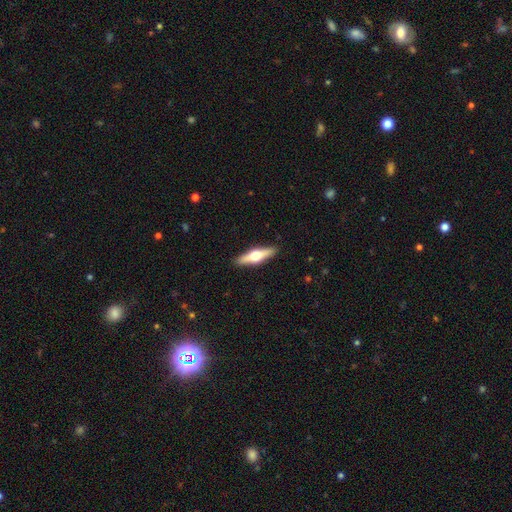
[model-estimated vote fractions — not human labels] Smooth or featured?
  - featured or disk: 58% *
  - smooth: 37%
  - star or artifact: 5%
Edge-on disk?
  - yes: 95% *
  - no: 5%
Edge-on bulge?
  - rounded: 96% *
  - boxy: 3%
  - none: 2%
Merging?
  - none: 91% *
  - minor disturbance: 7%
  - major disturbance: 2%
  - merger: 1%